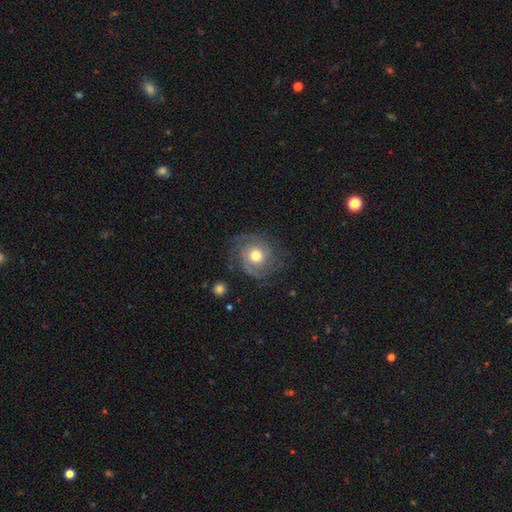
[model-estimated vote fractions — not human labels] The model was most divided on "spiral arm count": 2: 38%, can't tell: 28%, 3: 16%, 1: 7%, 4: 6%, more than 4: 5%. More confident: edge-on disk — no (97%); spiral arms — yes (89%); bar — no (81%); merging — none (71%); smooth or featured — featured or disk (68%); bulge size — moderate (67%); spiral winding — tight (55%).